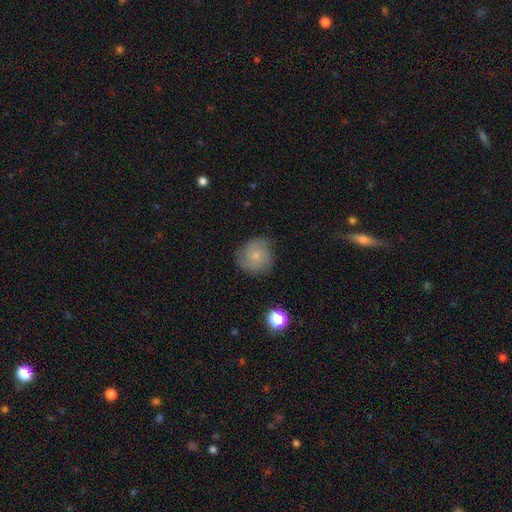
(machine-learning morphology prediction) Q: Smooth or featured?
A: smooth (65%); runner-up: featured or disk (25%)
Q: How rounded?
A: round (88%); runner-up: in between (11%)
Q: Merging?
A: none (77%); runner-up: minor disturbance (17%)